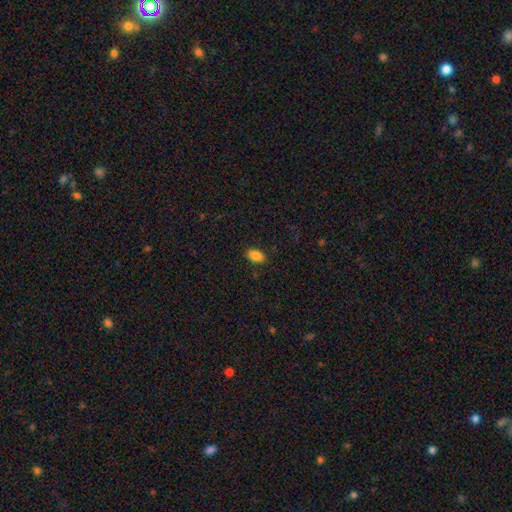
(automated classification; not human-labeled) Morphology: type=smooth (88%); roundness=in between (93%); merging=none (88%).